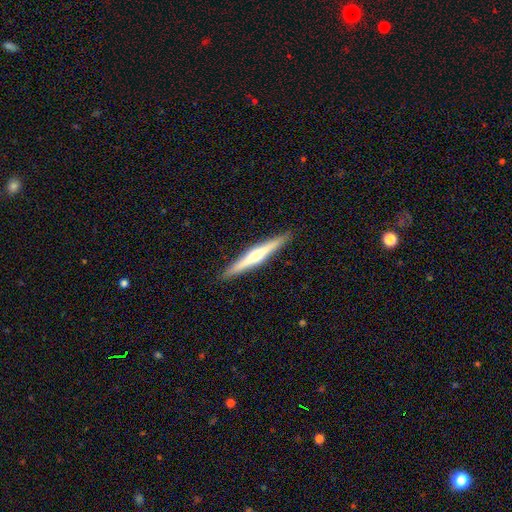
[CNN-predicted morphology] Smooth or featured? Predicted: featured or disk (p=0.63). Edge-on disk? Predicted: yes (p=0.98). Edge-on bulge? Predicted: rounded (p=0.81). Merging? Predicted: none (p=0.91).